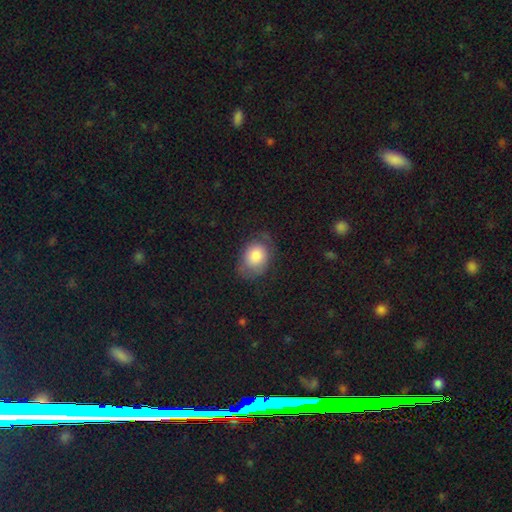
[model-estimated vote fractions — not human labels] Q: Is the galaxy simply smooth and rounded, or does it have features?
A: smooth — 78%.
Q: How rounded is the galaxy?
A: in between — 67%.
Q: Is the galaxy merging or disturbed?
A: none — 60%.